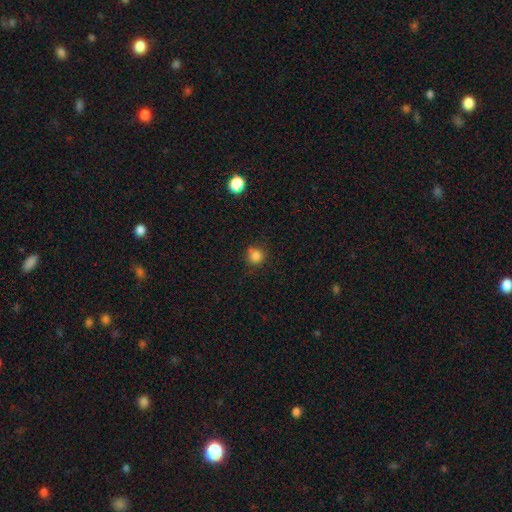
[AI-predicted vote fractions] smooth-or-featured: smooth: 83% | star or artifact: 13% | featured or disk: 5%
  how-rounded: round: 88% | in between: 11% | cigar-shaped: 1%
  merging: none: 72% | minor disturbance: 19% | merger: 5% | major disturbance: 4%